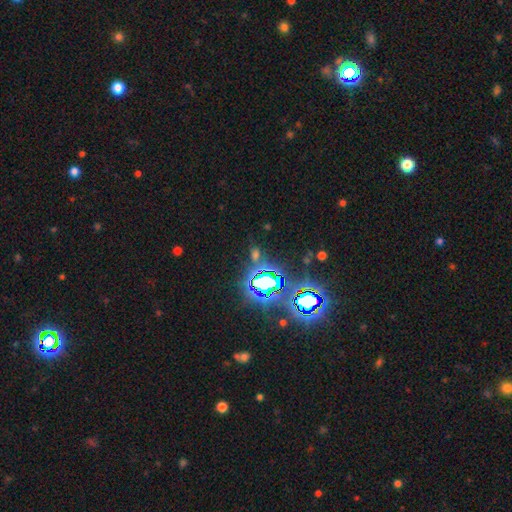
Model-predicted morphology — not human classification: Smooth or featured?
  - star or artifact: 65% *
  - smooth: 25%
  - featured or disk: 10%